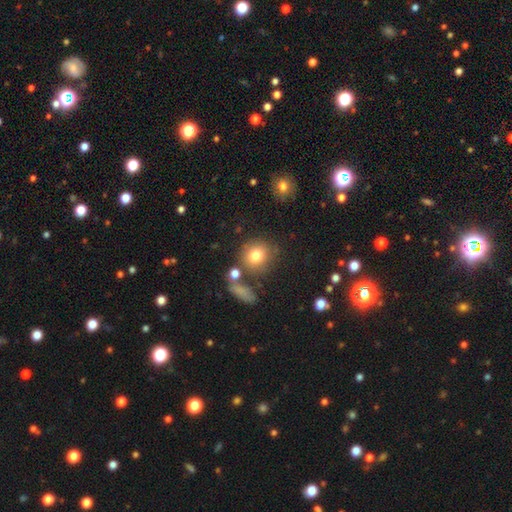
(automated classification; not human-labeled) A smooth galaxy with no disk features (79%) that is round (83%).

Vote fractions:
- Smooth or featured? smooth: 79% / star or artifact: 11% / featured or disk: 10%
- How rounded? round: 83% / in between: 16% / cigar-shaped: 1%
- Merging? none: 69% / merger: 13% / minor disturbance: 13% / major disturbance: 6%